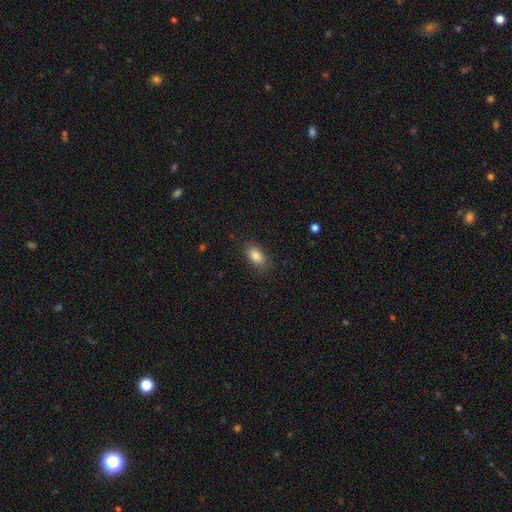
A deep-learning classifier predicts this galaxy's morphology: A smooth galaxy with no disk features (86%) that is in between round and cigar-shaped (89%). Merging: none (84%).